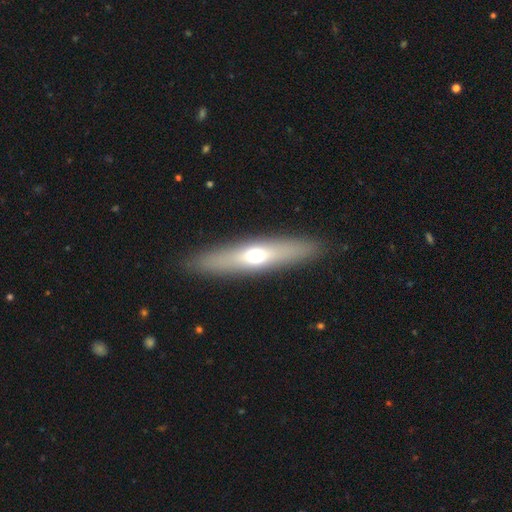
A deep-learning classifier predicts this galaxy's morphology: Q: Smooth or featured?
A: smooth (50%); runner-up: featured or disk (43%)
Q: How rounded?
A: cigar-shaped (76%); runner-up: in between (22%)
Q: Merging?
A: none (89%); runner-up: minor disturbance (7%)